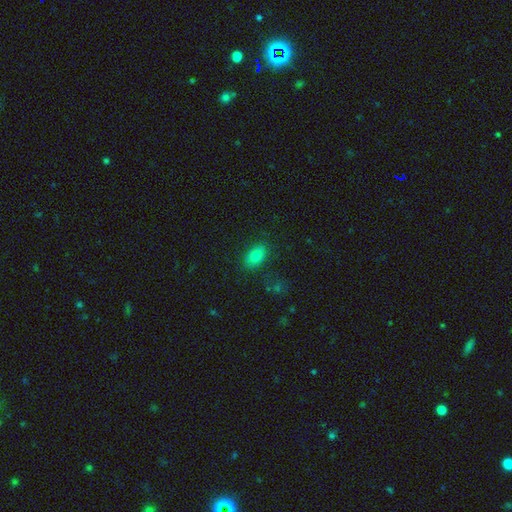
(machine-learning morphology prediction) Q: Smooth or featured?
A: smooth (80%); runner-up: featured or disk (10%)
Q: How rounded?
A: in between (88%); runner-up: round (10%)
Q: Merging?
A: none (82%); runner-up: minor disturbance (12%)